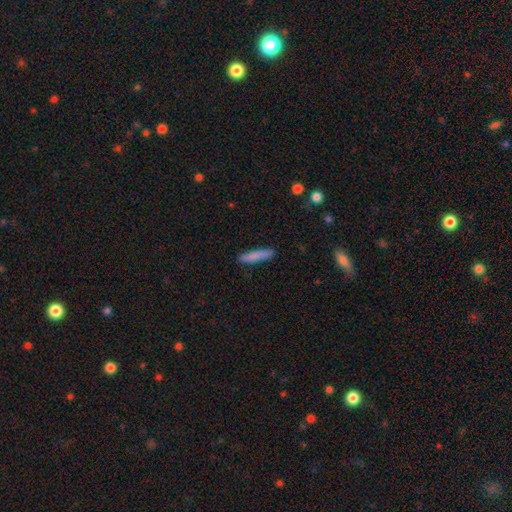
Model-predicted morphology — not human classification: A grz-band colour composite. It shows a smooth galaxy with no disk features (82%) that is cigar-shaped (90%). Merging: none (87%).